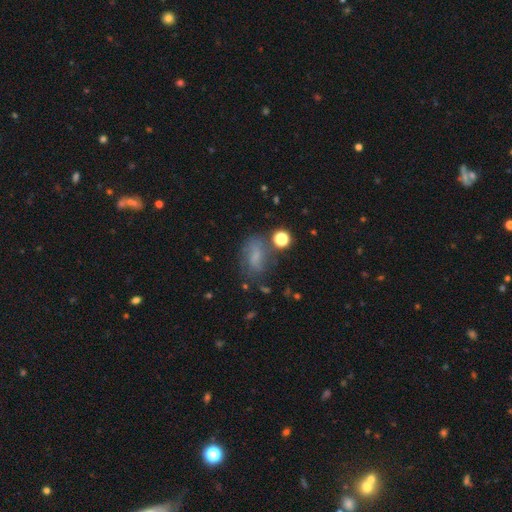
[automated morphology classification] smooth-or-featured: smooth: 53% | featured or disk: 29% | star or artifact: 18%
  how-rounded: in between: 76% | round: 18% | cigar-shaped: 5%
  merging: none: 55% | minor disturbance: 23% | major disturbance: 14% | merger: 8%